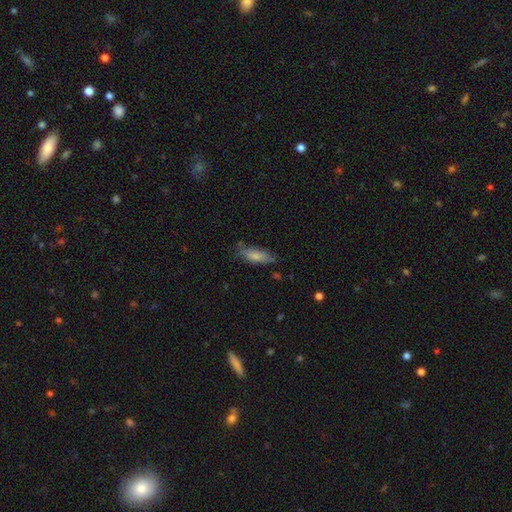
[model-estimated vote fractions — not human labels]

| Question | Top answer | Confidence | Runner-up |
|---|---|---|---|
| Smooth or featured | smooth | 76% | featured or disk (17%) |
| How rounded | in between | 60% | cigar-shaped (38%) |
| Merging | none | 71% | minor disturbance (22%) |